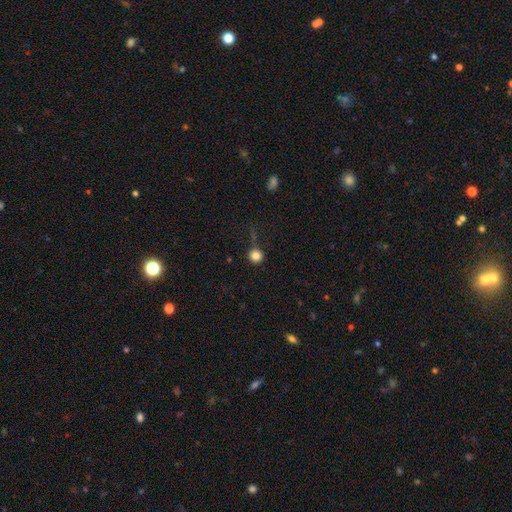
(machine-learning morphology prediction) This is clearly a smooth galaxy (83%). How rounded: clearly round (95%). Merging: likely none (77%).